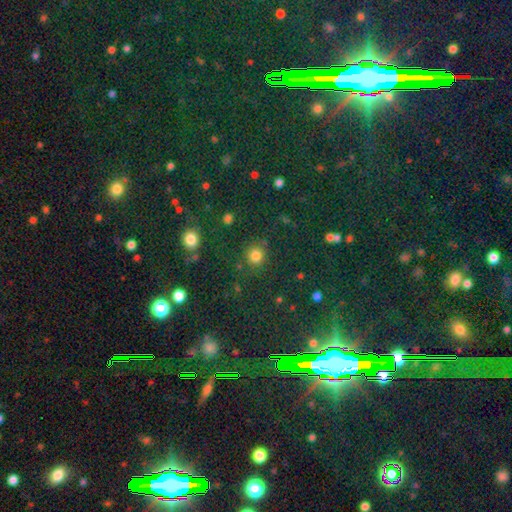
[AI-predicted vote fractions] Smooth or featured? smooth (79%)
How rounded? round (89%)
Merging? none (83%)